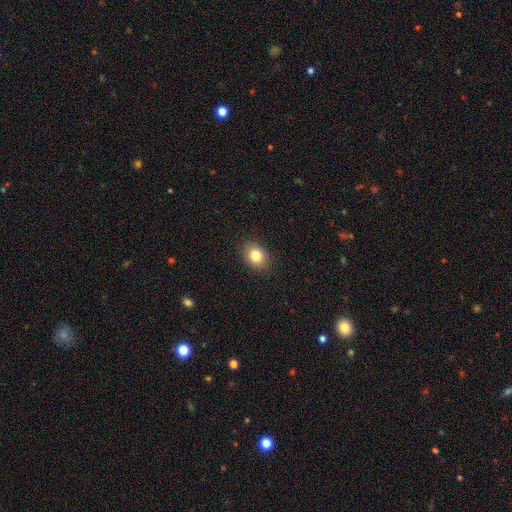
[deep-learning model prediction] Morphology: type=smooth (82%); roundness=in between (58%); merging=none (89%).